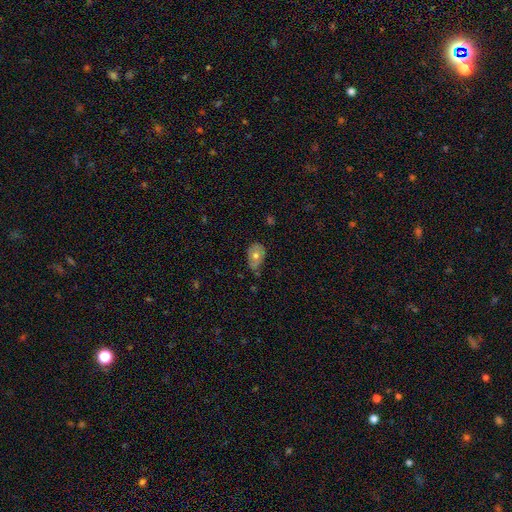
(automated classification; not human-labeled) smooth-or-featured: smooth: 61% | featured or disk: 31% | star or artifact: 8%
  how-rounded: in between: 79% | round: 20% | cigar-shaped: 2%
  merging: none: 54% | minor disturbance: 35% | major disturbance: 7% | merger: 3%